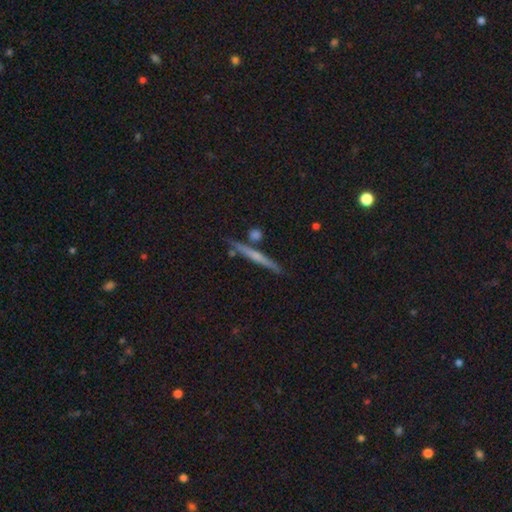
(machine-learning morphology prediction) This is possibly a featured or disk galaxy (57%). It is clearly viewed edge-on (96%). Edge-on bulge: possibly none (48%). Merging: clearly none (83%).